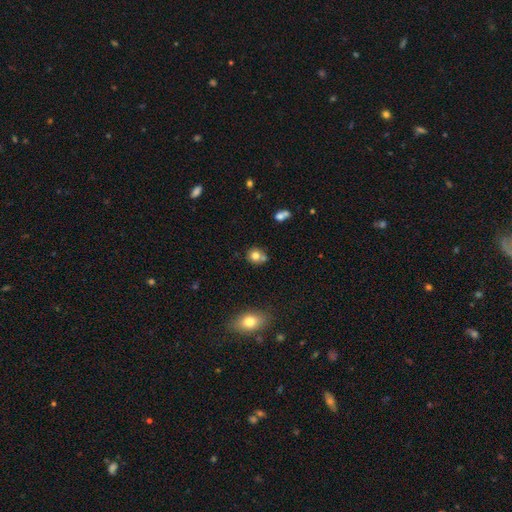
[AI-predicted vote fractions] A smooth galaxy with no disk features (77%) that is round (82%).

Vote fractions:
- Smooth or featured? smooth: 77% / star or artifact: 12% / featured or disk: 12%
- How rounded? round: 82% / in between: 17% / cigar-shaped: 1%
- Merging? none: 59% / merger: 25% / minor disturbance: 12% / major disturbance: 4%